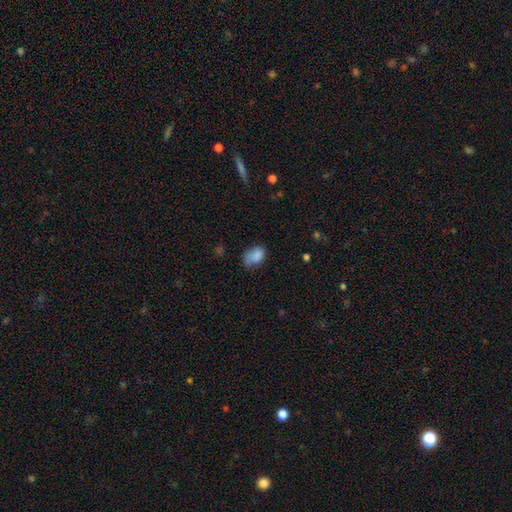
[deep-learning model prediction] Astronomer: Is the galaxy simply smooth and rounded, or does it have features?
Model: smooth — 81%.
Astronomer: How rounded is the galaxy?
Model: in between — 84%.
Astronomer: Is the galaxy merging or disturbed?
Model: none — 48% (runner-up: minor disturbance, 33%).